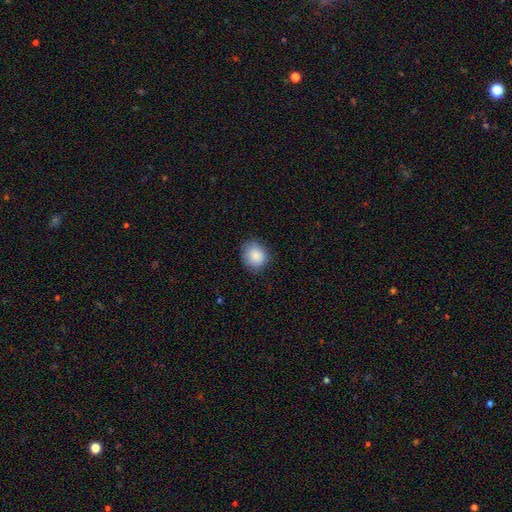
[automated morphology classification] This appears to be a smooth galaxy with no disk features (87%) that is round (70%). Merging: none (81%).